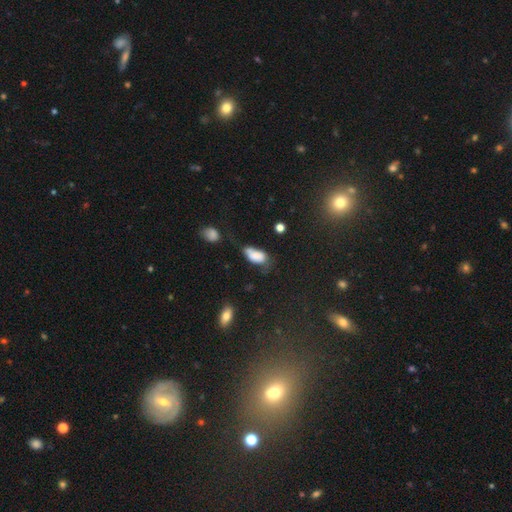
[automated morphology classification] Overall: smooth (76%). How rounded: in between (90%). Merging: minor disturbance (35%; none 27%).